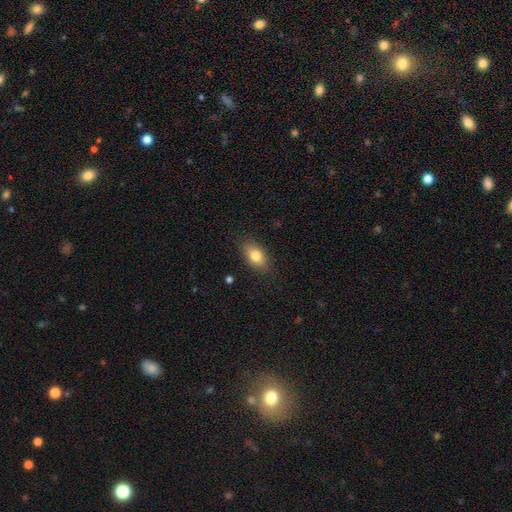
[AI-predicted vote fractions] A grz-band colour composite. It shows a smooth galaxy with no disk features (77%) that is in between round and cigar-shaped (85%). Merging: none (85%).